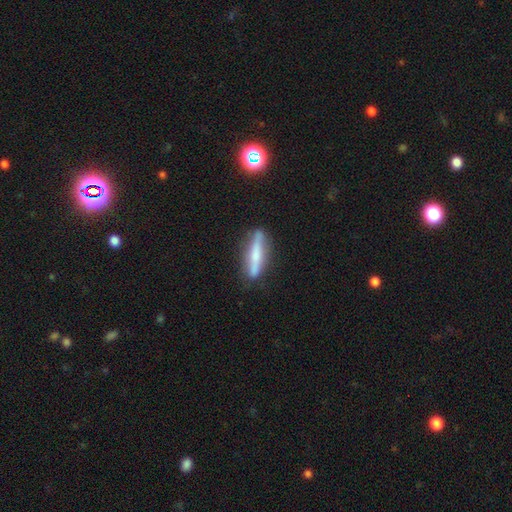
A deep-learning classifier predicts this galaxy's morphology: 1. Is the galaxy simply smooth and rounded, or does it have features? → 53% featured or disk, 40% smooth, 7% star or artifact.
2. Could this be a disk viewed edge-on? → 89% yes, 11% no.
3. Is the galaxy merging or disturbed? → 82% none, 13% minor disturbance, 3% major disturbance, 2% merger.